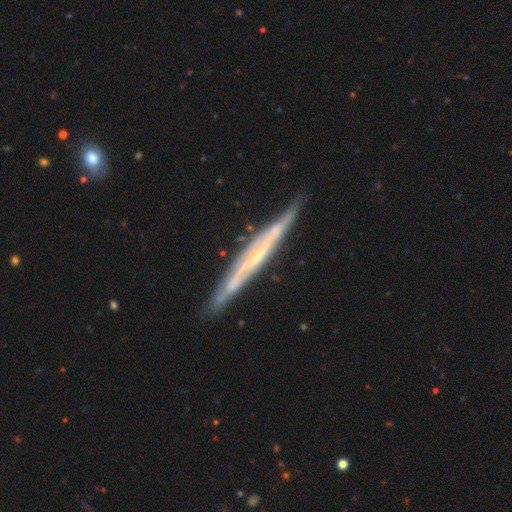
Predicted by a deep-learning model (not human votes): A featured or disk galaxy (75%) viewed edge-on (92%) with no central bulge (67%).

Vote fractions:
- Smooth or featured? featured or disk: 75% / smooth: 19% / star or artifact: 6%
- Edge-on disk? yes: 92% / no: 8%
- Edge-on bulge? none: 67% / rounded: 21% / boxy: 12%
- Merging? none: 82% / minor disturbance: 14% / major disturbance: 2% / merger: 2%